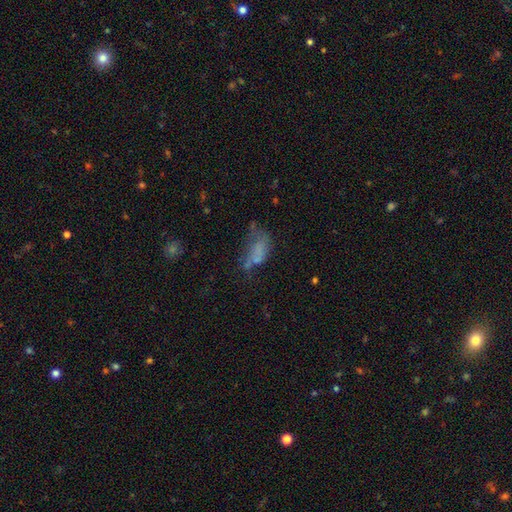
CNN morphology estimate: Smooth or featured? Predicted: smooth (p=0.49). Merging? Predicted: major disturbance (p=0.36).